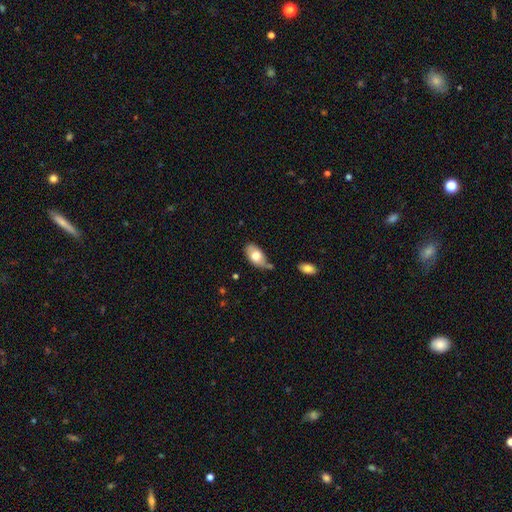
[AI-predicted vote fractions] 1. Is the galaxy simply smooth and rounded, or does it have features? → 74% smooth, 20% featured or disk, 7% star or artifact.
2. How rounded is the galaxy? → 93% in between, 5% round, 2% cigar-shaped.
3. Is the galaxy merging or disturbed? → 56% none, 28% minor disturbance, 10% merger, 6% major disturbance.